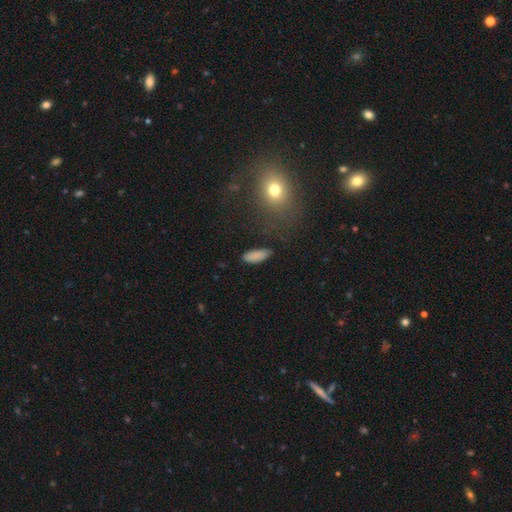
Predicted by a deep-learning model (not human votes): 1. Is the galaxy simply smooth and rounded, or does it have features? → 83% smooth, 9% star or artifact, 9% featured or disk.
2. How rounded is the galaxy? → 77% in between, 21% cigar-shaped, 3% round.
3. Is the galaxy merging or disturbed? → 79% none, 15% minor disturbance, 4% major disturbance, 2% merger.